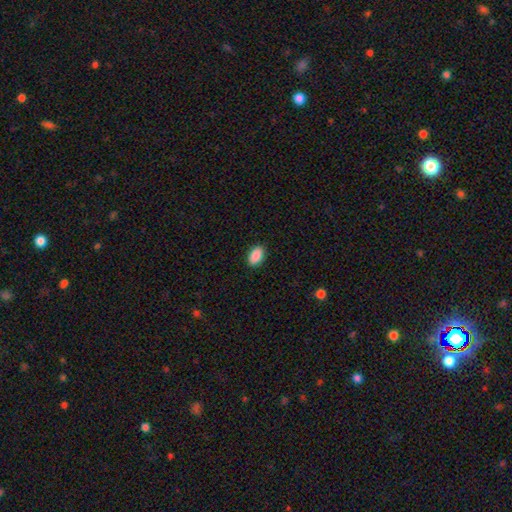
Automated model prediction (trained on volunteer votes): Smooth or featured? Predicted: smooth (p=0.90). How rounded? Predicted: in between (p=0.92). Merging? Predicted: none (p=0.89).